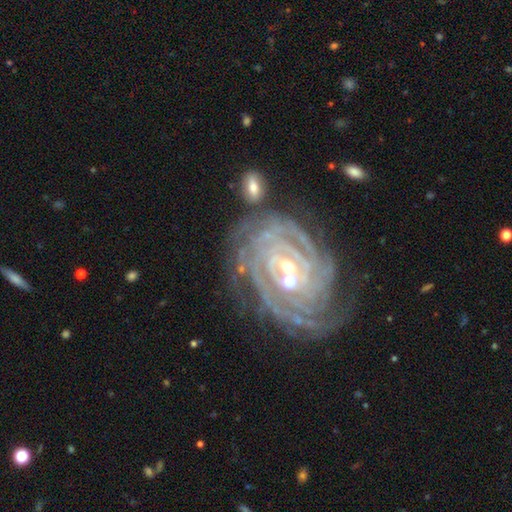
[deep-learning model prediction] A featured or disk galaxy (91%) with a weak bar (39%), 4 (25%) tight (85%) spiral arms (98%) and a small central bulge (52%). Merging: none (66%).